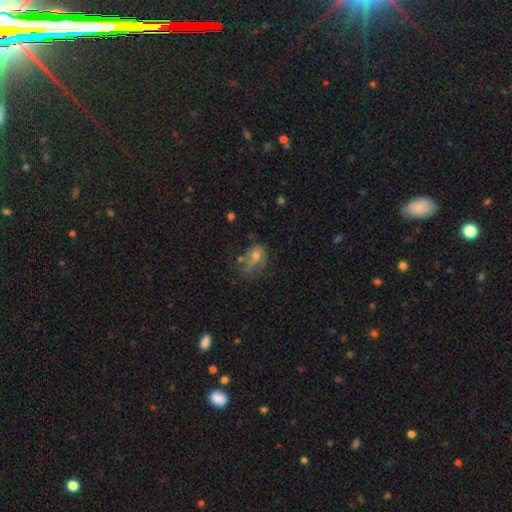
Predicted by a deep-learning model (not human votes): Smooth or featured? Predicted: featured or disk (p=0.50). Edge-on disk? Predicted: no (p=0.97). Merging? Predicted: major disturbance (p=0.39).